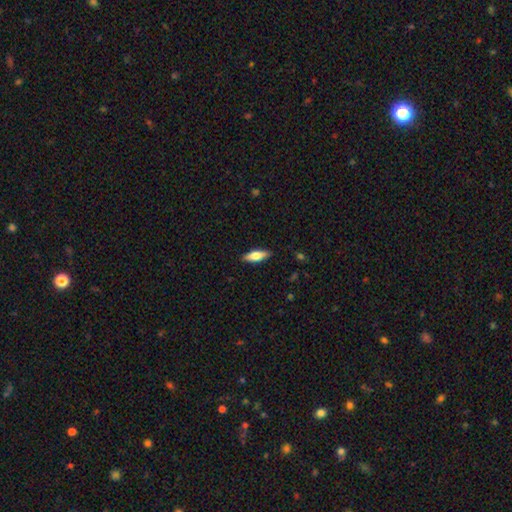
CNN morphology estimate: smooth 63%, featured or disk 31%, star or artifact 6%. Down the decision tree: how rounded — in between (59%); merging — none (89%).